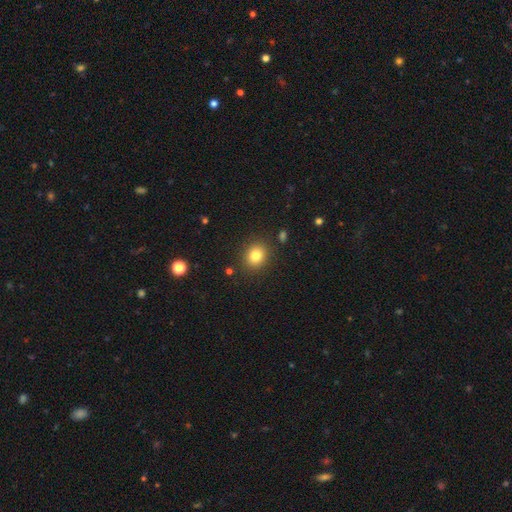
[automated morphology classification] smooth-or-featured: smooth: 82% | star or artifact: 11% | featured or disk: 7%
  how-rounded: round: 72% | in between: 27% | cigar-shaped: 1%
  merging: none: 87% | minor disturbance: 8% | major disturbance: 3% | merger: 2%